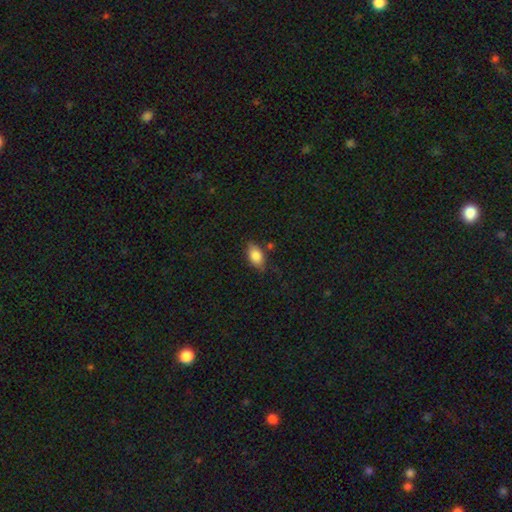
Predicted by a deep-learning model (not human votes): Morphology: type=smooth (83%); roundness=in between (89%); merging=none (75%).